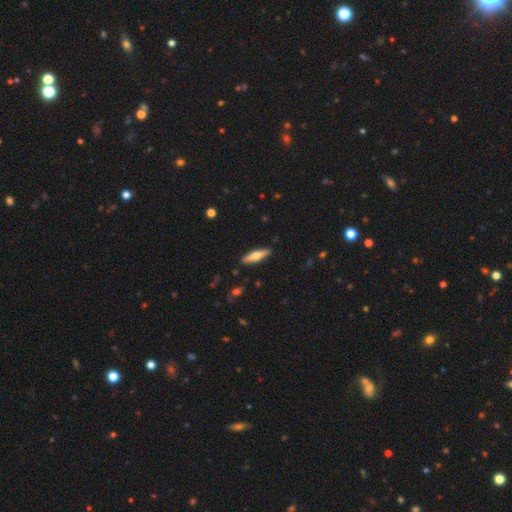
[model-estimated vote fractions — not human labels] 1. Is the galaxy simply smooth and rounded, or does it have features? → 55% smooth, 40% featured or disk, 6% star or artifact.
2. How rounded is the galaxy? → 72% cigar-shaped, 27% in between, 2% round.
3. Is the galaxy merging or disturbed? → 90% none, 7% minor disturbance, 2% major disturbance, 1% merger.